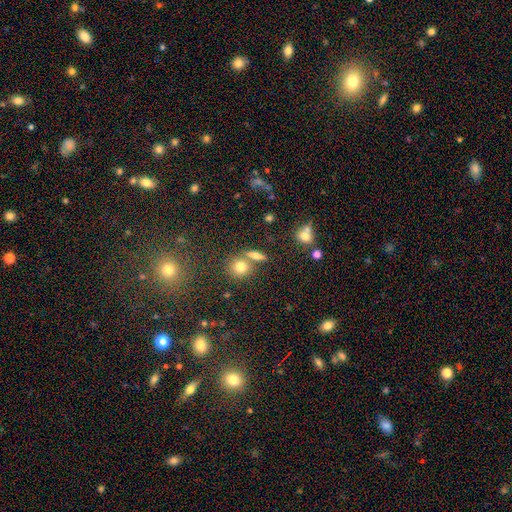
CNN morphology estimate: smooth_or_featured: smooth (p=0.64) [alt: featured or disk p=0.22]
how_rounded: round (p=0.41) [alt: in between p=0.34]
merging: none (p=0.66) [alt: merger p=0.21]